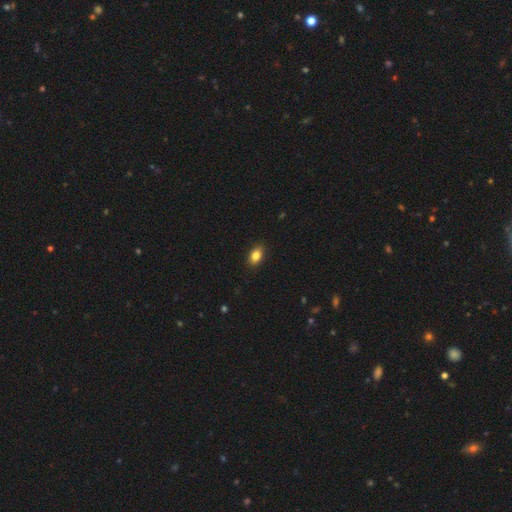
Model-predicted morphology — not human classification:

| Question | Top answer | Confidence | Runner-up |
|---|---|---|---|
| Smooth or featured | smooth | 85% | star or artifact (9%) |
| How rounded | in between | 86% | round (11%) |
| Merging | none | 88% | minor disturbance (10%) |